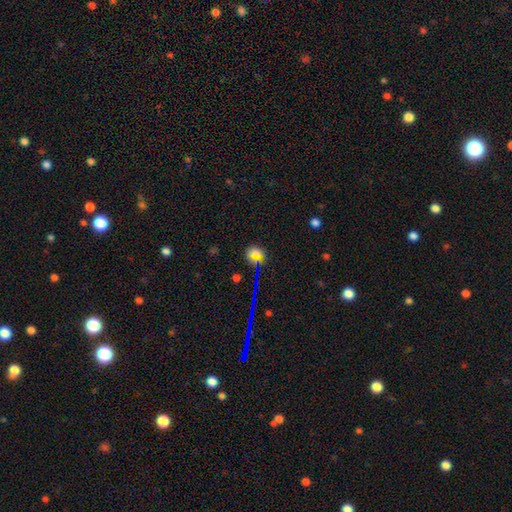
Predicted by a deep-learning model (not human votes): Smooth or featured? smooth (54%)
How rounded? round (60%)
Merging? none (77%)